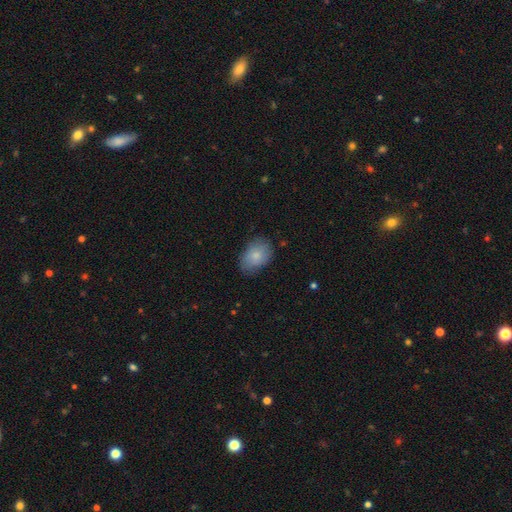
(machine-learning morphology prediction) A smooth galaxy with no disk features (81%) that is in between round and cigar-shaped (84%). Merging: none (75%).